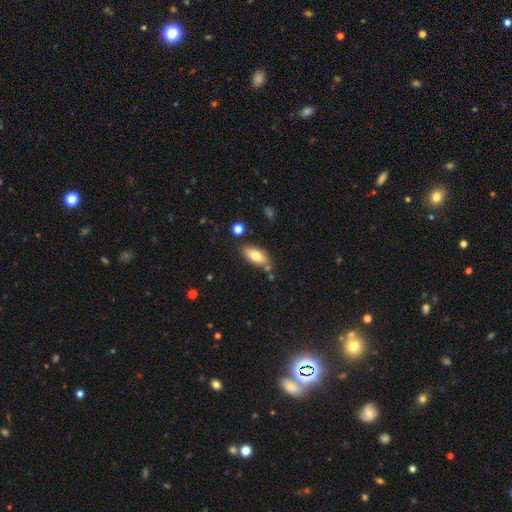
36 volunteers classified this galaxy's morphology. A smooth galaxy with no disk features (81%) that is in between round and cigar-shaped (86%).

Vote fractions:
- Smooth or featured? smooth: 81% / featured or disk: 17% / star or artifact: 3%
- How rounded? in between: 86% / cigar-shaped: 10% / round: 3%
- Merging? none: 69% / minor disturbance: 14% / merger: 11% / major disturbance: 6%